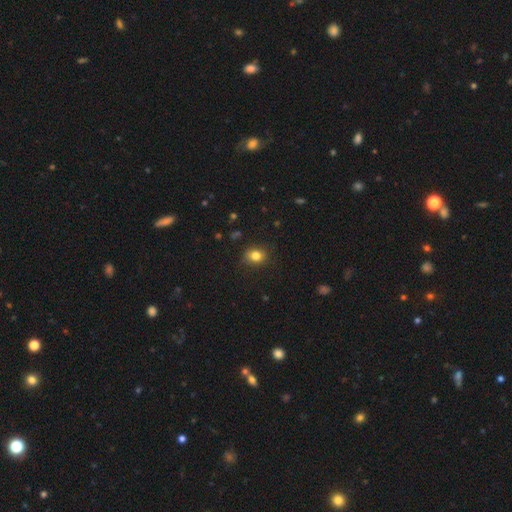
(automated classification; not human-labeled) This is clearly a smooth galaxy (82%). How rounded: likely round (63%). Merging: clearly none (84%).